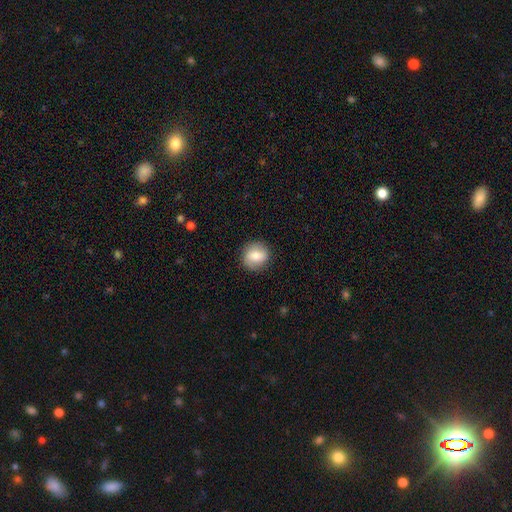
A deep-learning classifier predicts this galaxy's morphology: smooth 74%, featured or disk 18%, star or artifact 8%. Down the decision tree: how rounded — round (88%); merging — none (88%).